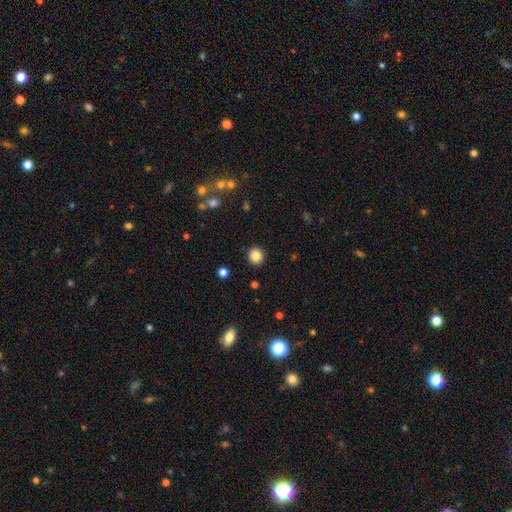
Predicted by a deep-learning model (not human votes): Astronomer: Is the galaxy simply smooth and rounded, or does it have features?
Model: smooth — 85%.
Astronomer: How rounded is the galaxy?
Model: round — 92%.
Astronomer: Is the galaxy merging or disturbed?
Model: none — 92%.